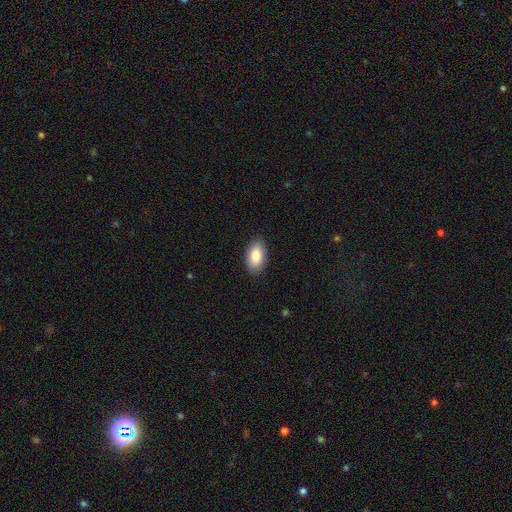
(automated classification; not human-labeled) This appears to be a smooth galaxy with no disk features (86%) that is in between round and cigar-shaped (94%). Merging: none (88%).